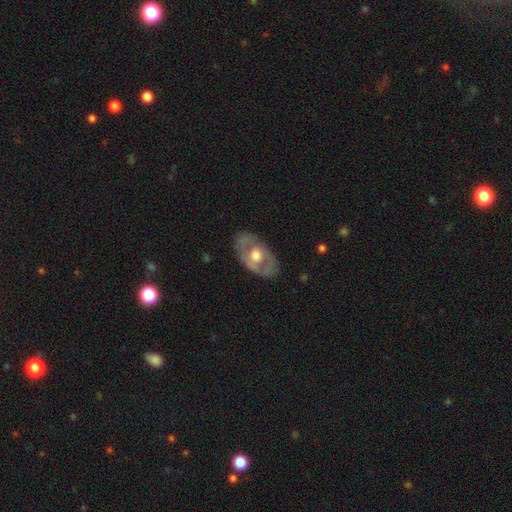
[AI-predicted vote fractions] A featured or disk galaxy (63%) with no bar (77%), no spiral arms (74%) and a moderate central bulge (59%). Merging: none (80%).